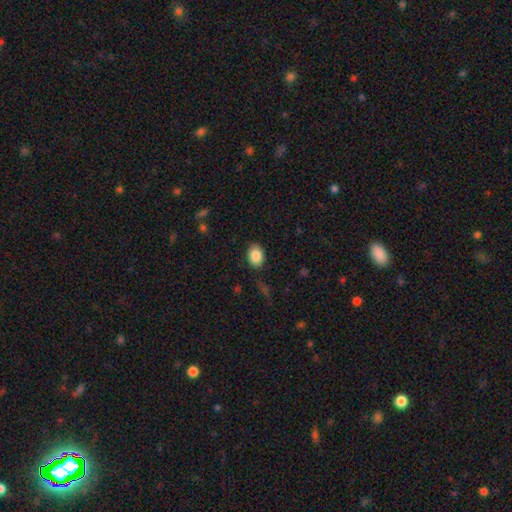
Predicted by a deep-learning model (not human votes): Smooth or featured?
  - smooth: 86% *
  - star or artifact: 8%
  - featured or disk: 6%
How rounded?
  - in between: 73% *
  - round: 26%
  - cigar-shaped: 1%
Merging?
  - none: 85% *
  - minor disturbance: 11%
  - major disturbance: 3%
  - merger: 1%